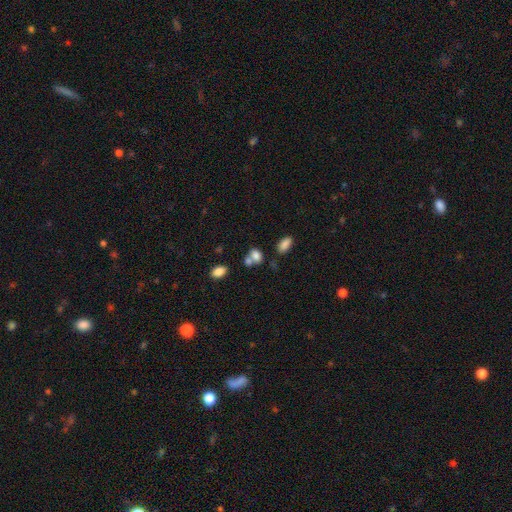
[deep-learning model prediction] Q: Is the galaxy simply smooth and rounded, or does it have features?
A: smooth — 80%.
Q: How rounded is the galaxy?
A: in between — 71%.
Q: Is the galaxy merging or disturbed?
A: none — 42%.